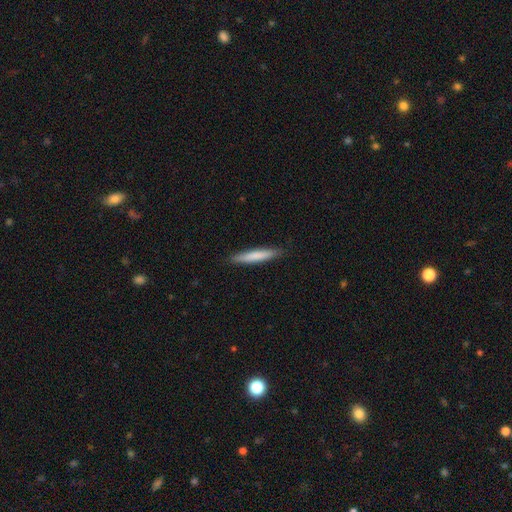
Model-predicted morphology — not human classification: Q: Smooth or featured?
A: smooth (76%); runner-up: featured or disk (19%)
Q: How rounded?
A: cigar-shaped (93%); runner-up: in between (6%)
Q: Merging?
A: none (89%); runner-up: minor disturbance (8%)